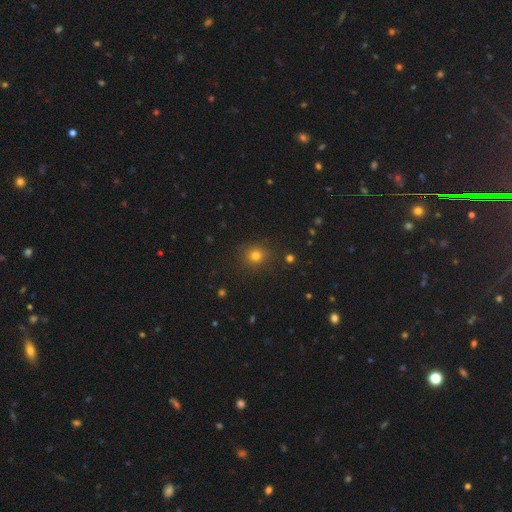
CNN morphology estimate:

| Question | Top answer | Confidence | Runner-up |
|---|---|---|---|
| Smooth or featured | smooth | 77% | star or artifact (17%) |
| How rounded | round | 86% | in between (13%) |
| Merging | none | 86% | minor disturbance (9%) |